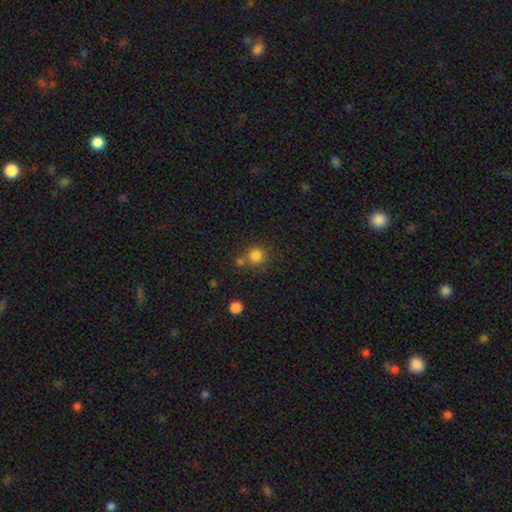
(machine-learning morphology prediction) Smooth or featured: smooth — 82% (star or artifact — 12%)
How rounded: round — 91% (in between — 8%)
Merging: none — 64% (merger — 21%)